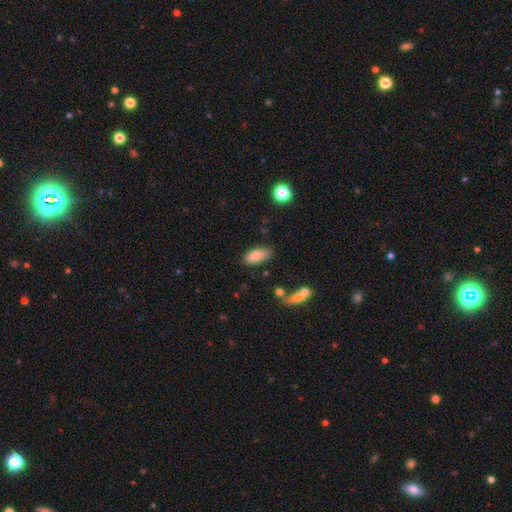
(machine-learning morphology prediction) Q: Smooth or featured?
A: smooth (83%); runner-up: featured or disk (9%)
Q: How rounded?
A: in between (89%); runner-up: cigar-shaped (8%)
Q: Merging?
A: none (72%); runner-up: minor disturbance (20%)